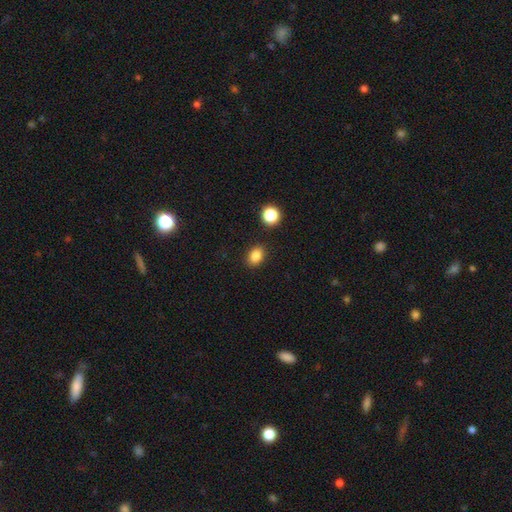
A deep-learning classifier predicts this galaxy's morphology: This appears to be a smooth galaxy with no disk features (84%) that is in between round and cigar-shaped (69%). Merging: none (87%).